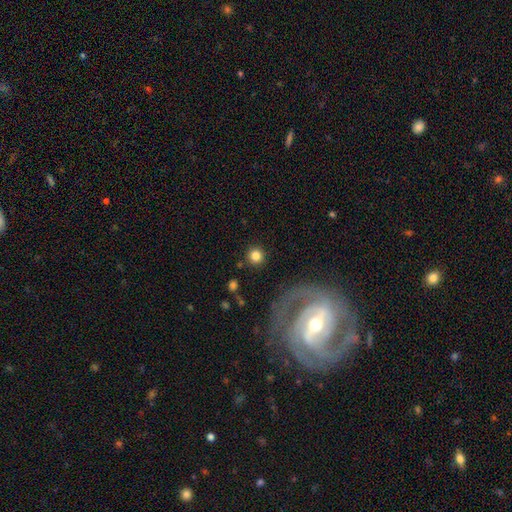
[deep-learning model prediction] Morphology: type=smooth (80%); roundness=round (94%); merging=none (88%).